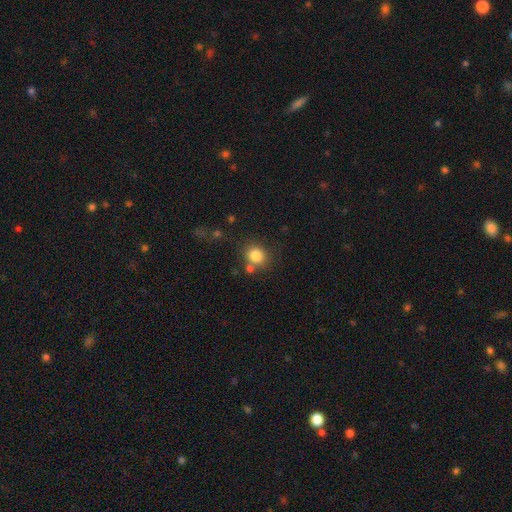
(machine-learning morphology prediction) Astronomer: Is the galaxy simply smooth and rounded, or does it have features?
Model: smooth — 82%.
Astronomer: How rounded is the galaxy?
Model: round — 78%.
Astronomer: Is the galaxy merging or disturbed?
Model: none — 70%.